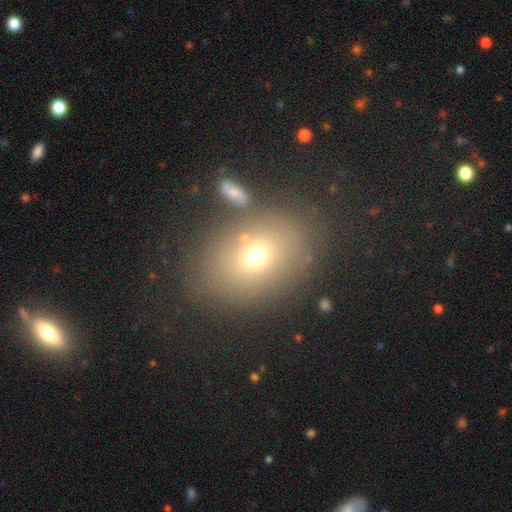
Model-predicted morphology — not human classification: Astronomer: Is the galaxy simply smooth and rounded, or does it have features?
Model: smooth — 66%.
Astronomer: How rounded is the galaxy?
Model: in between — 67%.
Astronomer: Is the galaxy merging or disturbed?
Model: none — 73%.